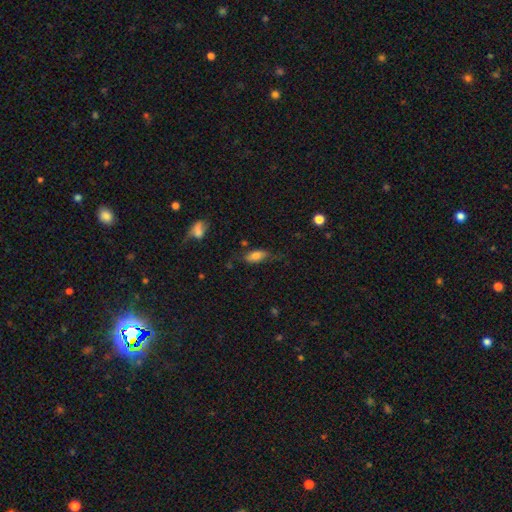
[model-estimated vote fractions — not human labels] Smooth or featured: smooth — 77% (featured or disk — 15%)
How rounded: in between — 85% (cigar-shaped — 11%)
Merging: none — 54% (minor disturbance — 28%)